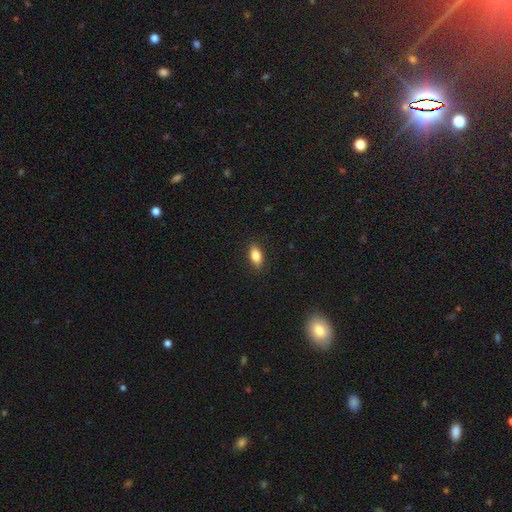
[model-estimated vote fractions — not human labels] The model was most divided on "smooth or featured": smooth: 81%, featured or disk: 11%, star or artifact: 8%. More confident: merging — none (88%); how rounded — in between (84%).